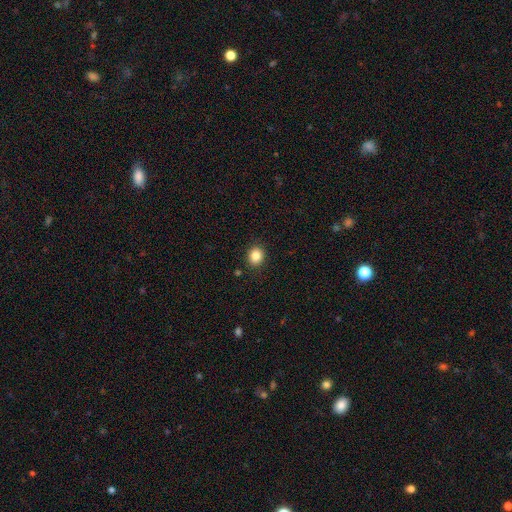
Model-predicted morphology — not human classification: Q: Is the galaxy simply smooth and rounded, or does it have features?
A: smooth — 84%.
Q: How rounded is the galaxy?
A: round — 72%.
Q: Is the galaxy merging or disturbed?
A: none — 89%.